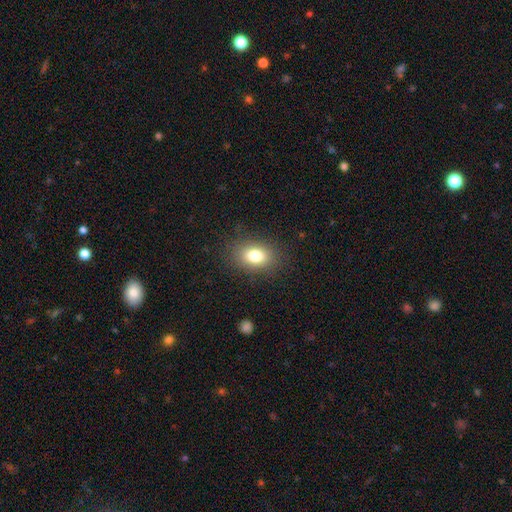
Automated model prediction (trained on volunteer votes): smooth_or_featured: smooth (p=0.80) [alt: star or artifact p=0.10]
how_rounded: in between (p=0.79) [alt: round p=0.20]
merging: none (p=0.87) [alt: minor disturbance p=0.09]